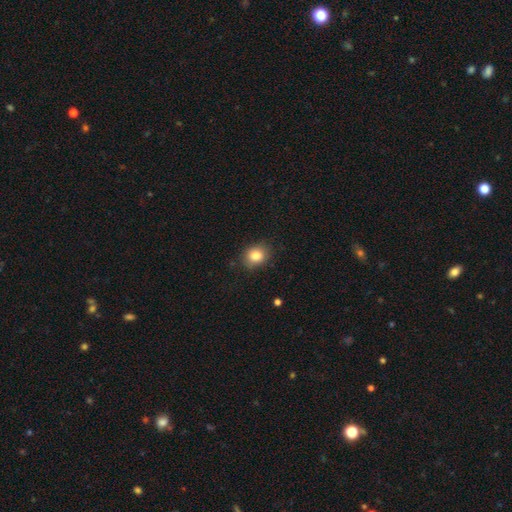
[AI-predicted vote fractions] The model was most divided on "how rounded": round: 62%, in between: 37%, cigar-shaped: 1%. More confident: merging — none (83%); smooth or featured — smooth (83%).